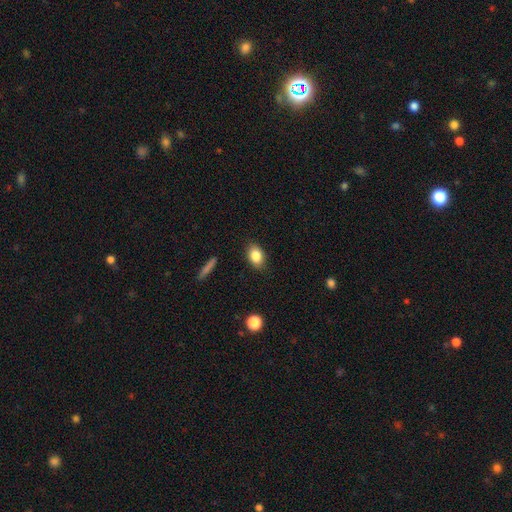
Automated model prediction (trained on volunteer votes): smooth_or_featured: smooth (p=0.83) [alt: star or artifact p=0.08]
how_rounded: in between (p=0.79) [alt: round p=0.19]
merging: none (p=0.85) [alt: minor disturbance p=0.11]